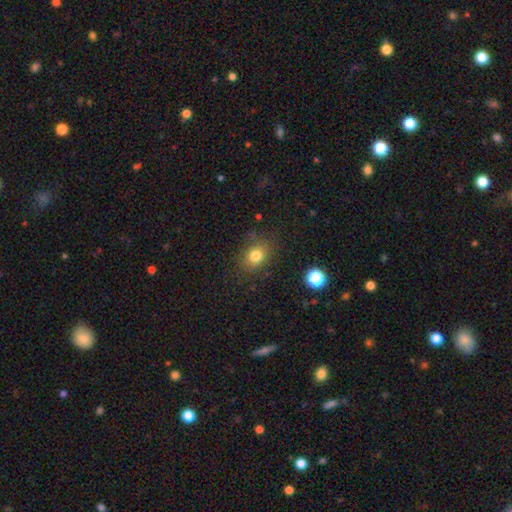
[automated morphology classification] smooth-or-featured: smooth: 79% | star or artifact: 13% | featured or disk: 8%
  how-rounded: in between: 50% | round: 49% | cigar-shaped: 1%
  merging: none: 81% | minor disturbance: 13% | major disturbance: 4% | merger: 2%